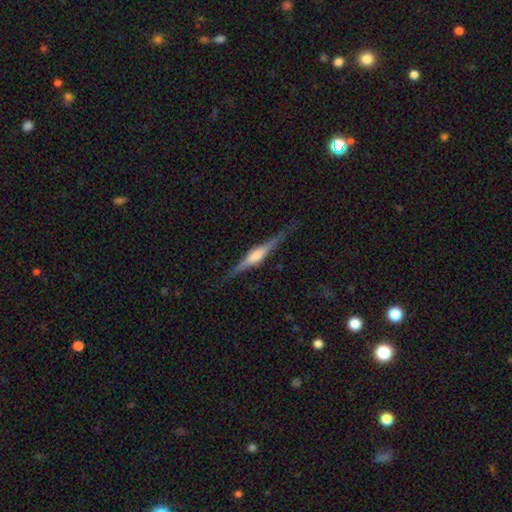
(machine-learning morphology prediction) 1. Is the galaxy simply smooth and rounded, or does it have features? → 77% featured or disk, 17% smooth, 6% star or artifact.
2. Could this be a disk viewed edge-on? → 98% yes, 2% no.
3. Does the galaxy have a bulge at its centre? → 71% rounded, 21% boxy, 8% none.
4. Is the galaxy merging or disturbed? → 86% none, 11% minor disturbance, 2% major disturbance, 1% merger.